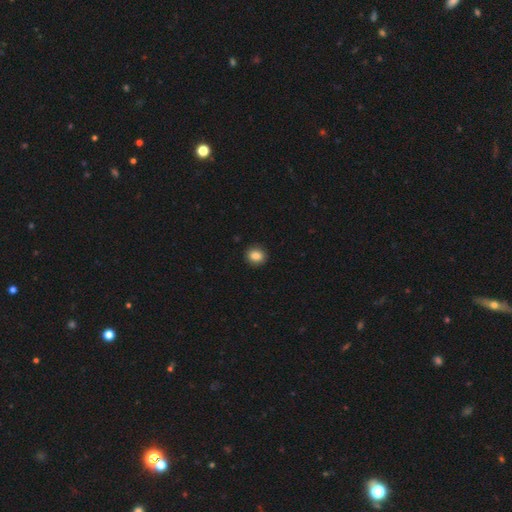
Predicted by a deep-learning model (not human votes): smooth 86%, star or artifact 9%, featured or disk 5%. Down the decision tree: how rounded — round (65%); merging — none (91%).